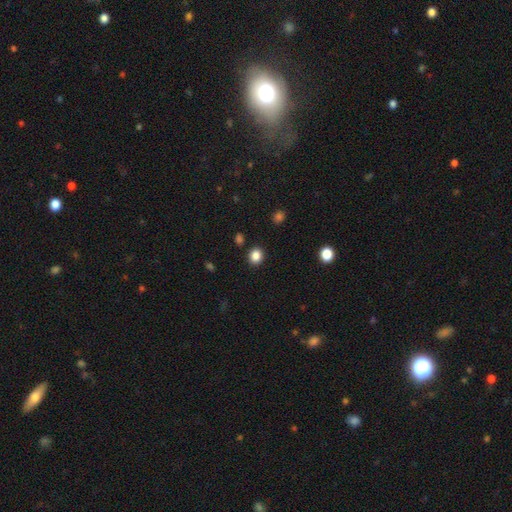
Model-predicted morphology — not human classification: smooth-or-featured: smooth: 85% | star or artifact: 11% | featured or disk: 4%
  how-rounded: round: 77% | in between: 22% | cigar-shaped: 1%
  merging: none: 90% | minor disturbance: 6% | major disturbance: 2% | merger: 2%